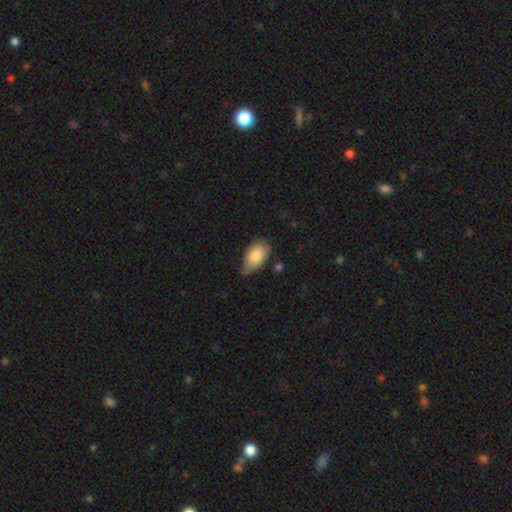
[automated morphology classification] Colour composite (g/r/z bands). It shows a smooth galaxy with no disk features (82%) that is in between round and cigar-shaped (93%). Merging: none (49%).